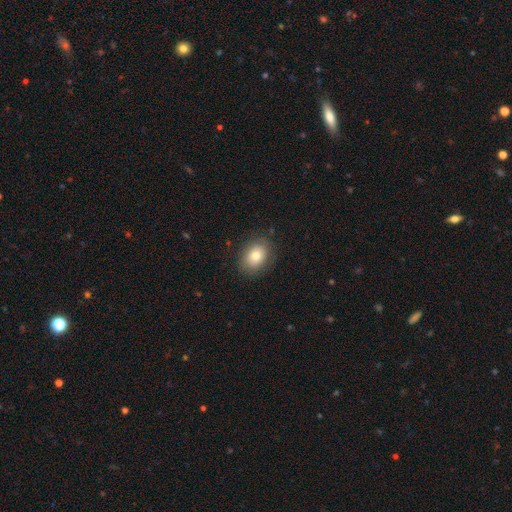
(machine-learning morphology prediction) The model was most divided on "how rounded": in between: 68%, round: 31%, cigar-shaped: 1%. More confident: merging — none (84%); smooth or featured — smooth (79%).